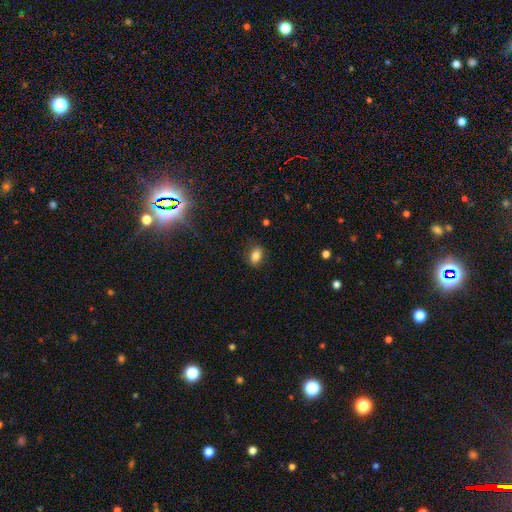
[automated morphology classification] Overall: smooth (82%). How rounded: in between (78%). Merging: none (83%).